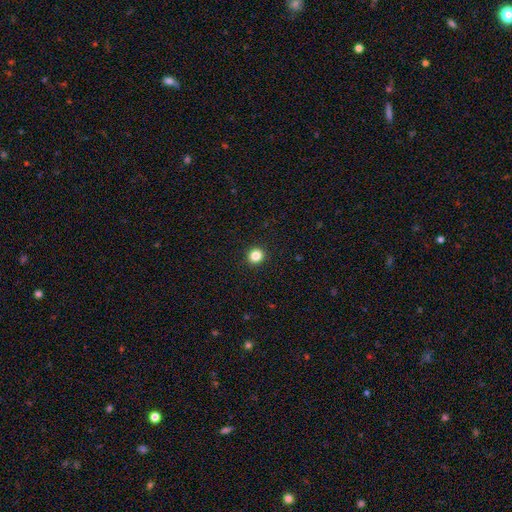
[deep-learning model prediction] smooth-or-featured: smooth: 84% | star or artifact: 12% | featured or disk: 4%
  how-rounded: round: 87% | in between: 12% | cigar-shaped: 1%
  merging: none: 93% | minor disturbance: 5% | major disturbance: 2% | merger: 1%